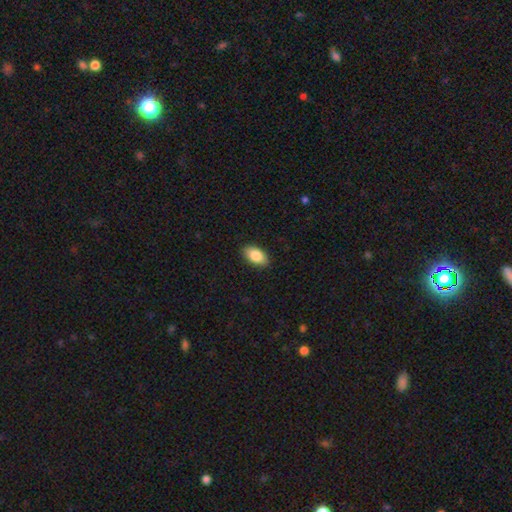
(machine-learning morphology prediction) Smooth or featured?
  - smooth: 85% *
  - featured or disk: 8%
  - star or artifact: 7%
How rounded?
  - in between: 93% *
  - round: 5%
  - cigar-shaped: 3%
Merging?
  - none: 88% *
  - minor disturbance: 9%
  - major disturbance: 2%
  - merger: 1%